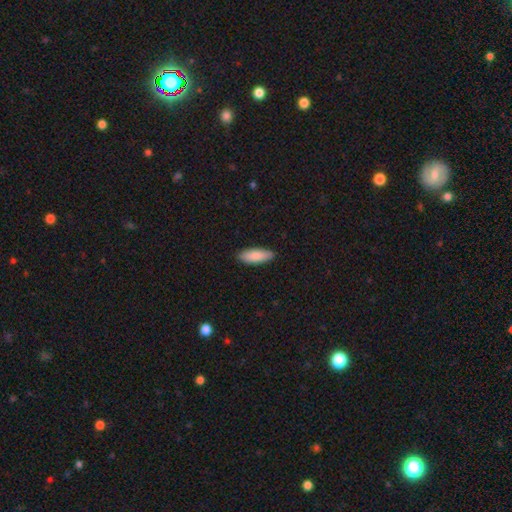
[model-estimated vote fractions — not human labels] Smooth or featured: smooth — 87% (featured or disk — 8%)
How rounded: in between — 68% (cigar-shaped — 30%)
Merging: none — 89% (minor disturbance — 8%)